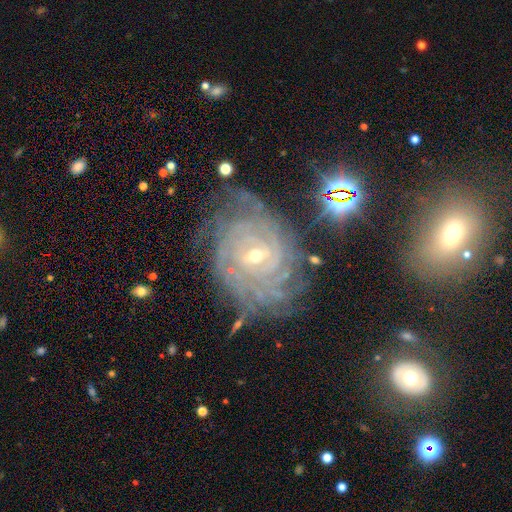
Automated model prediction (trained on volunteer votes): A featured or disk galaxy (87%) with a weak bar (47%), tight (82%) spiral arms (97%) and a small central bulge (65%). Merging: none (71%).